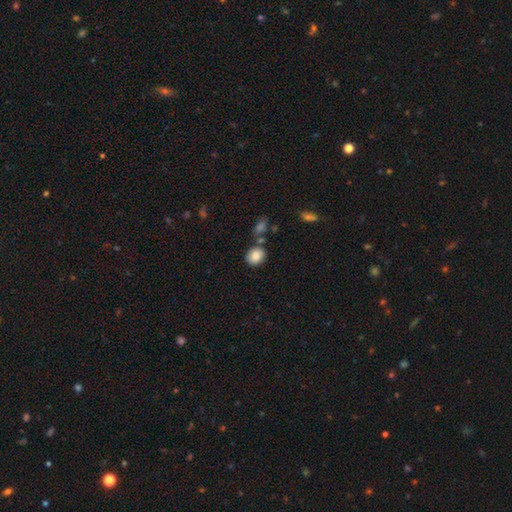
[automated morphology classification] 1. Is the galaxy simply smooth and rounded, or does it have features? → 84% smooth, 8% star or artifact, 7% featured or disk.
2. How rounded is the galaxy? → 58% round, 41% in between, 1% cigar-shaped.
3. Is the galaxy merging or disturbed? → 75% none, 12% minor disturbance, 10% merger, 3% major disturbance.